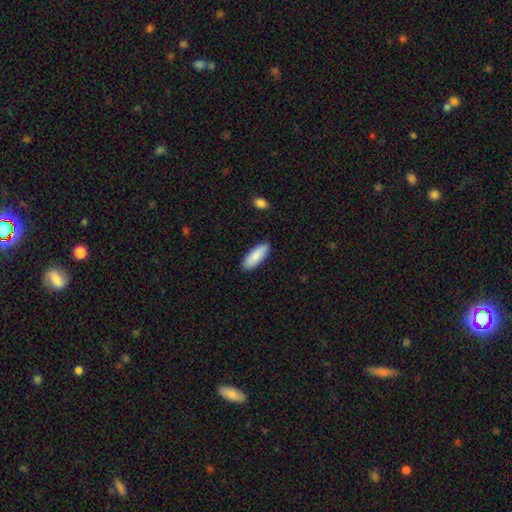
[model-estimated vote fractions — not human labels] Smooth or featured?
  - smooth: 89% *
  - featured or disk: 6%
  - star or artifact: 5%
How rounded?
  - in between: 70% *
  - cigar-shaped: 28%
  - round: 1%
Merging?
  - none: 89% *
  - minor disturbance: 8%
  - major disturbance: 2%
  - merger: 1%